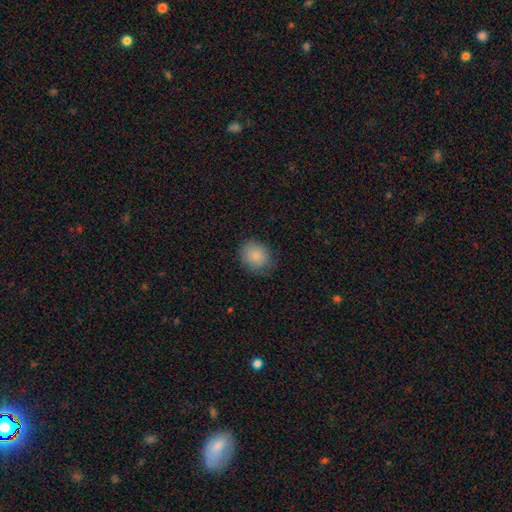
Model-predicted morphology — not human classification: This appears to be a smooth galaxy with no disk features (86%) that is round (69%). Merging: none (73%).